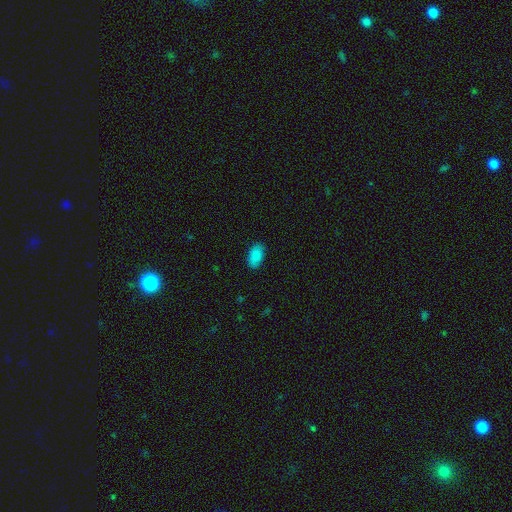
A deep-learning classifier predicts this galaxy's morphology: Q: Smooth or featured?
A: smooth (88%); runner-up: star or artifact (7%)
Q: How rounded?
A: in between (94%); runner-up: round (4%)
Q: Merging?
A: none (87%); runner-up: minor disturbance (10%)